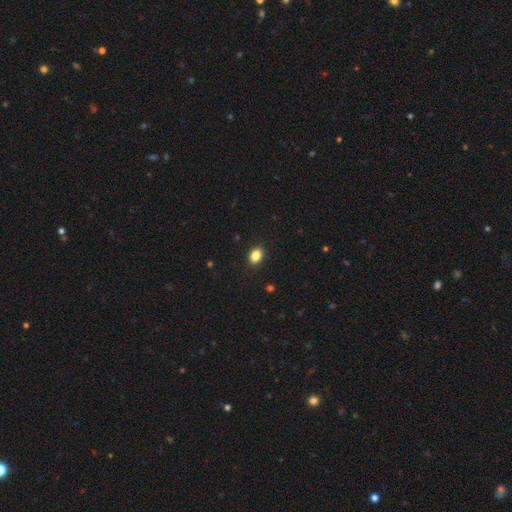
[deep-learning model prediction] A smooth galaxy with no disk features (85%) that is in between round and cigar-shaped (71%). Merging: none (90%).